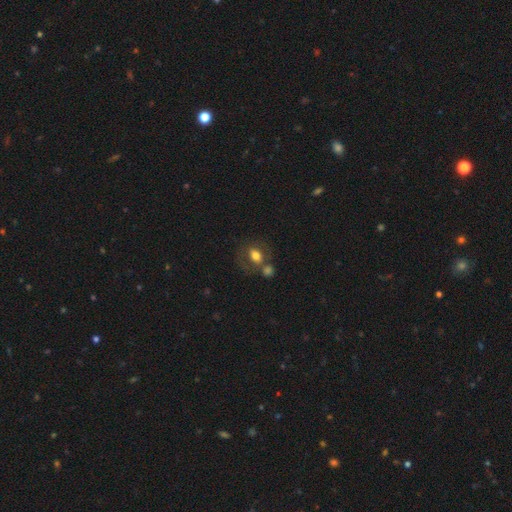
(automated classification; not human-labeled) smooth 68%, featured or disk 22%, star or artifact 10%. Down the decision tree: how rounded — in between (65%); merging — none (43%).